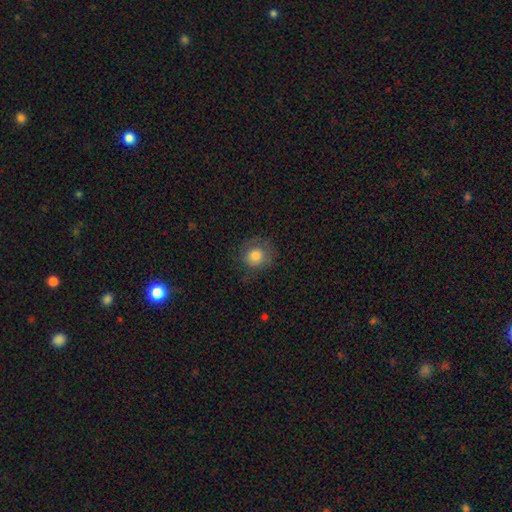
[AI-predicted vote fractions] Smooth or featured: smooth — 78% (featured or disk — 12%)
How rounded: round — 84% (in between — 15%)
Merging: none — 72% (minor disturbance — 18%)